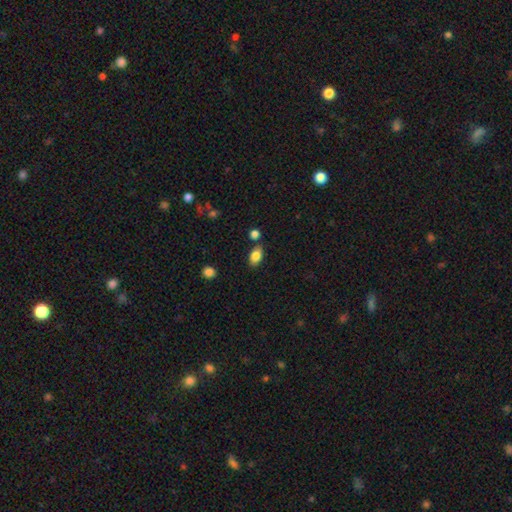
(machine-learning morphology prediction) Smooth or featured?
  - smooth: 84% *
  - star or artifact: 8%
  - featured or disk: 8%
How rounded?
  - in between: 88% *
  - round: 10%
  - cigar-shaped: 2%
Merging?
  - none: 77% *
  - minor disturbance: 12%
  - merger: 8%
  - major disturbance: 3%